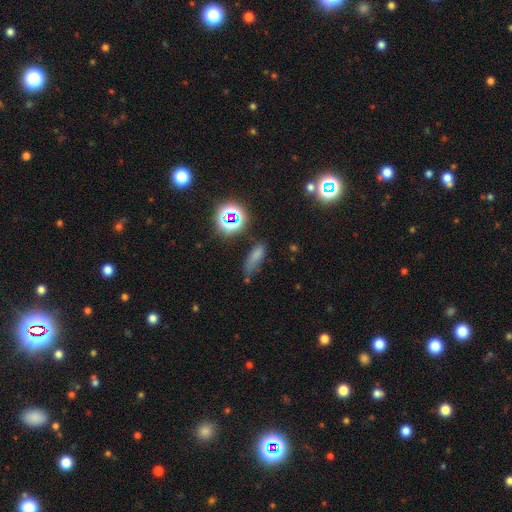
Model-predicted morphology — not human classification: This is likely a smooth galaxy (65%). How rounded: possibly in between (60%). Merging: possibly none (51%).